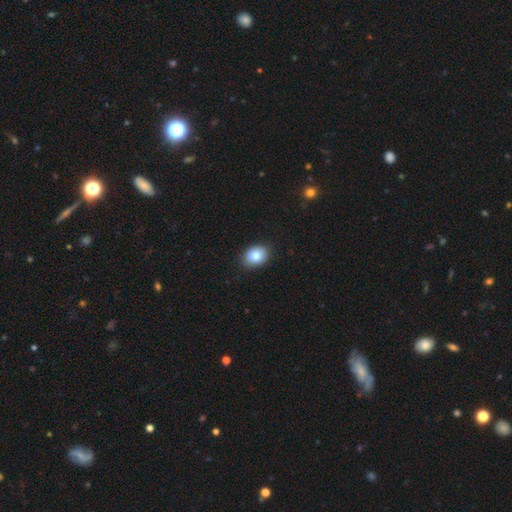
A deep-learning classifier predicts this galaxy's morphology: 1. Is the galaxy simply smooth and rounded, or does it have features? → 82% smooth, 9% featured or disk, 8% star or artifact.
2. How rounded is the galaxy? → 68% in between, 31% round, 1% cigar-shaped.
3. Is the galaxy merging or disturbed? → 88% none, 9% minor disturbance, 2% major disturbance, 1% merger.